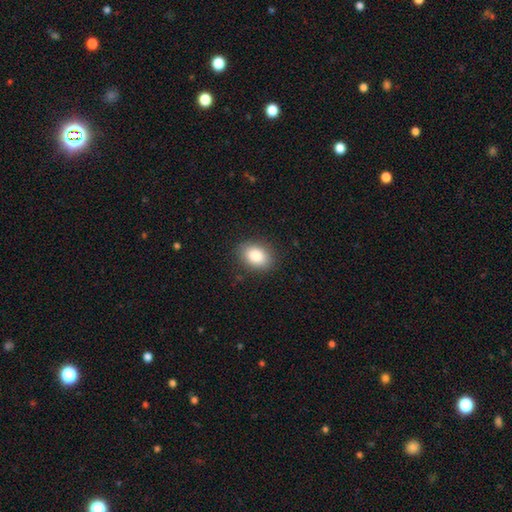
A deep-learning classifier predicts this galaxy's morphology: smooth-or-featured: smooth: 86% | star or artifact: 8% | featured or disk: 6%
  how-rounded: in between: 74% | round: 25% | cigar-shaped: 1%
  merging: none: 87% | minor disturbance: 9% | major disturbance: 3% | merger: 1%